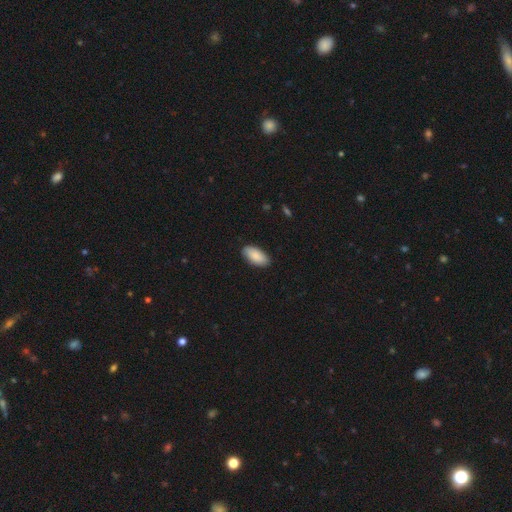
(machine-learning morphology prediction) Smooth or featured: smooth — 89% (star or artifact — 6%)
How rounded: in between — 94% (cigar-shaped — 5%)
Merging: none — 87% (minor disturbance — 10%)